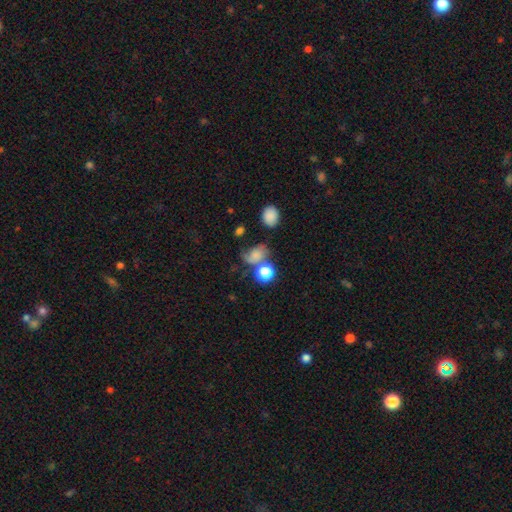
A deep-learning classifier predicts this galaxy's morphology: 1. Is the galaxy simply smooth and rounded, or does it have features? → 62% smooth, 23% featured or disk, 16% star or artifact.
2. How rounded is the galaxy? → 52% in between, 46% round, 2% cigar-shaped.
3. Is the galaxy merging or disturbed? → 37% none, 23% merger, 21% minor disturbance, 19% major disturbance.